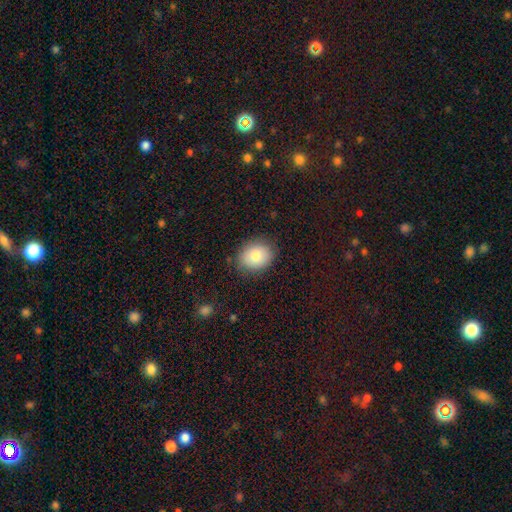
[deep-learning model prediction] Smooth or featured? Predicted: smooth (p=0.79). How rounded? Predicted: round (p=0.50). Merging? Predicted: none (p=0.84).